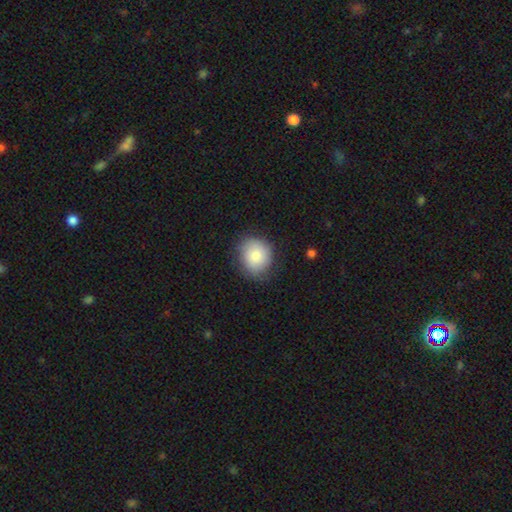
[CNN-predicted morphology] type=smooth (83%); roundness=round (80%); merging=none (75%).